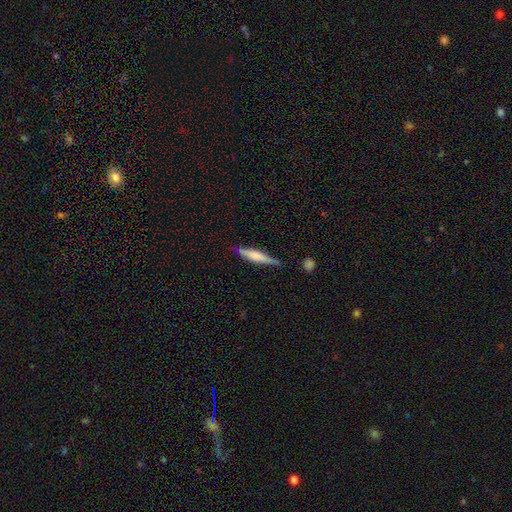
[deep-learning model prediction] smooth 56%, featured or disk 38%, star or artifact 6%. Down the decision tree: how rounded — cigar-shaped (88%); merging — none (81%).